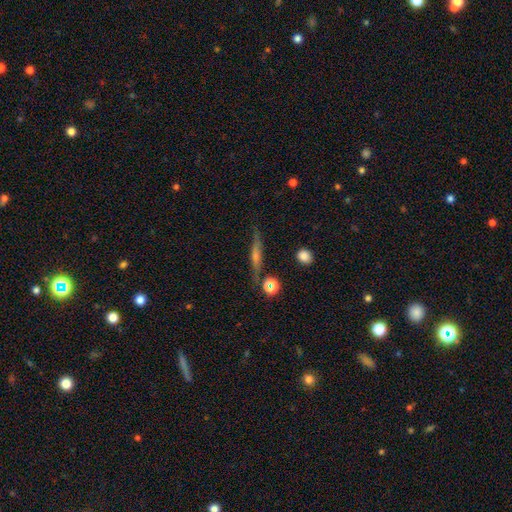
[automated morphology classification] type=featured or disk (61%); edge-on=yes (94%); edge-on bulge=rounded (63%); merging=none (80%).